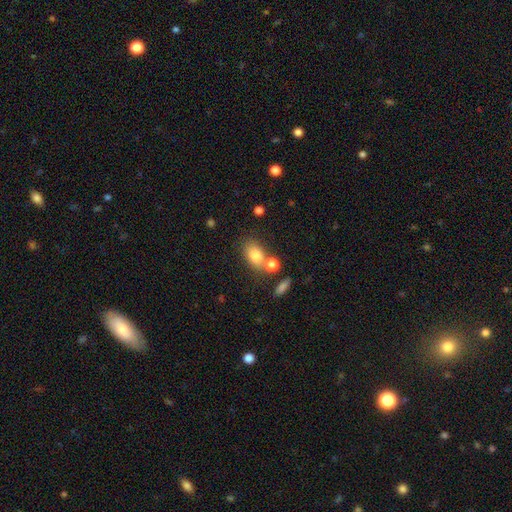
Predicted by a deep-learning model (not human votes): A smooth galaxy with no disk features (81%) that is in between round and cigar-shaped (77%).

Vote fractions:
- Smooth or featured? smooth: 81% / star or artifact: 10% / featured or disk: 10%
- How rounded? in between: 77% / round: 21% / cigar-shaped: 2%
- Merging? none: 54% / merger: 26% / minor disturbance: 14% / major disturbance: 6%